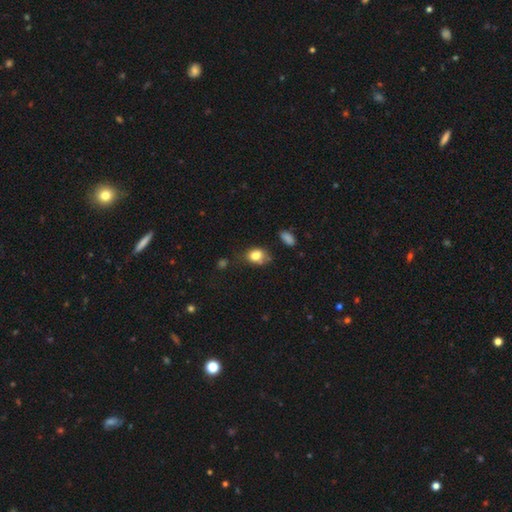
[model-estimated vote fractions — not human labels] A smooth galaxy with no disk features (80%) that is in between round and cigar-shaped (61%). Merging: none (50%).